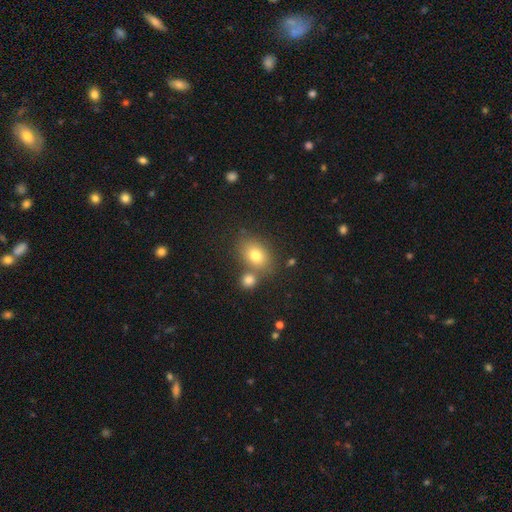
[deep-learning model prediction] Smooth or featured? Predicted: smooth (p=0.77). How rounded? Predicted: in between (p=0.64). Merging? Predicted: none (p=0.59).